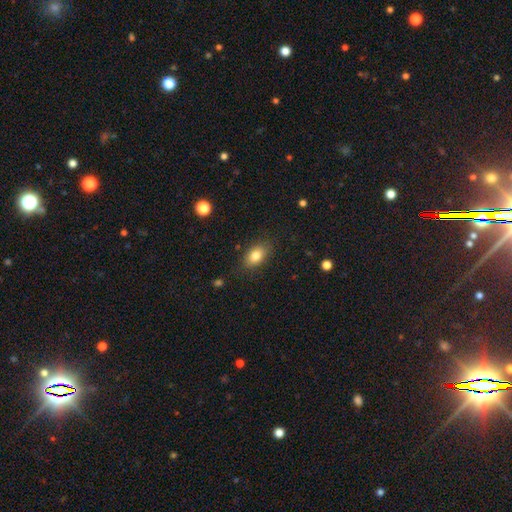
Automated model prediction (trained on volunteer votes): Smooth or featured? smooth (82%)
How rounded? in between (86%)
Merging? none (84%)